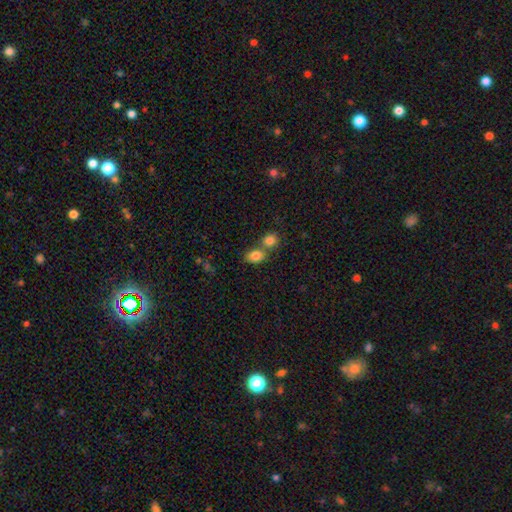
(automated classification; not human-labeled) Smooth or featured? smooth (83%)
How rounded? in between (62%)
Merging? merger (45%)